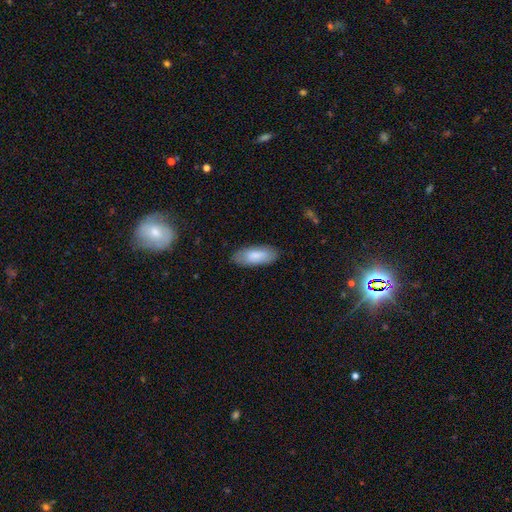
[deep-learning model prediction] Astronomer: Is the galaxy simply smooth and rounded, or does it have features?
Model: smooth — 82%.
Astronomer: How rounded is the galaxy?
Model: in between — 81%.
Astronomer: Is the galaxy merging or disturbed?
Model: none — 83%.